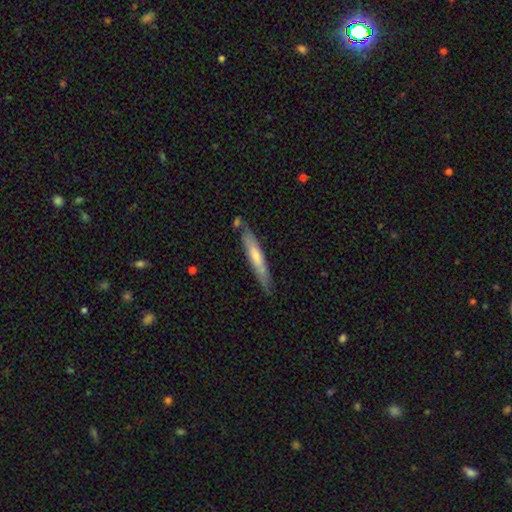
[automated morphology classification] Overall: smooth (50%; featured or disk 44%). How rounded: cigar-shaped (92%). Merging: none (77%).